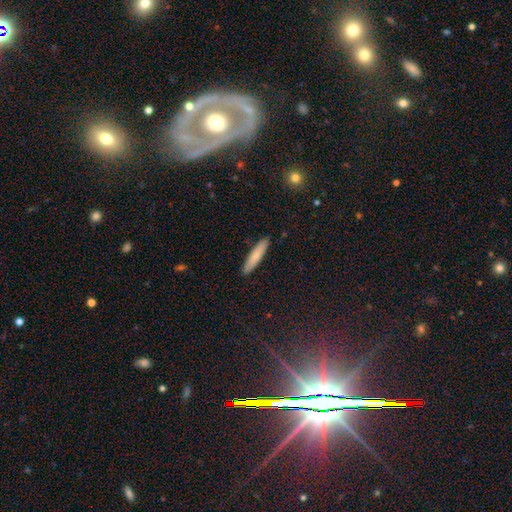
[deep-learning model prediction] smooth_or_featured: smooth (p=0.76) [alt: featured or disk p=0.18]
how_rounded: cigar-shaped (p=0.88) [alt: in between p=0.11]
merging: none (p=0.90) [alt: minor disturbance p=0.07]